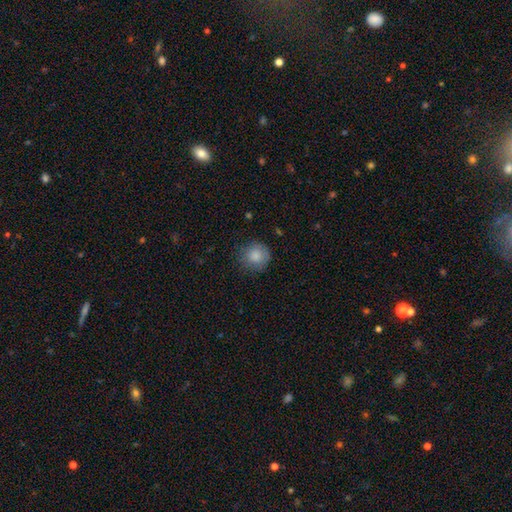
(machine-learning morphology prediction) Overall: smooth (85%). How rounded: round (92%). Merging: none (77%).